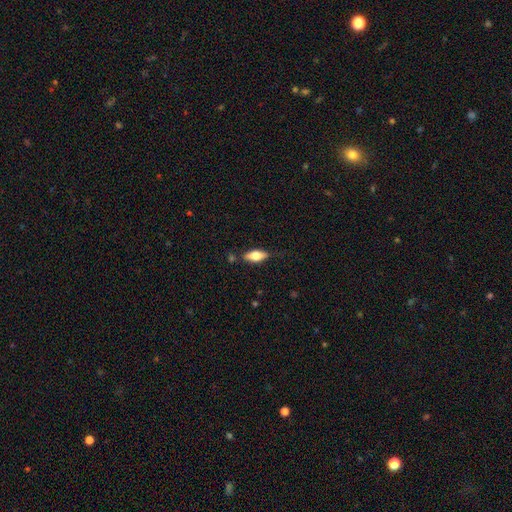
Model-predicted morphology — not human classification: Smooth or featured? smooth (65%)
How rounded? in between (77%)
Merging? none (75%)